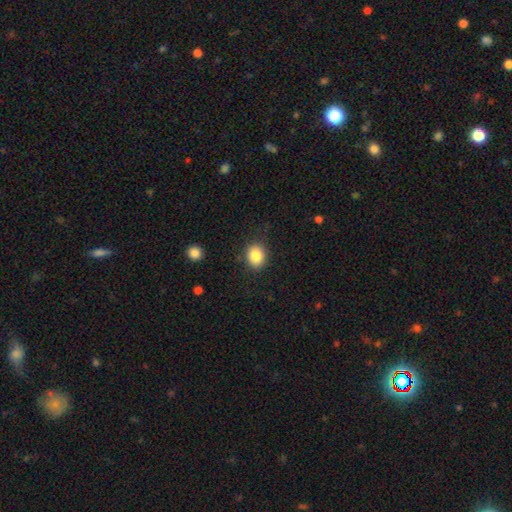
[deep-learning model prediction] A smooth galaxy with no disk features (85%) that is round (66%). Merging: none (87%).